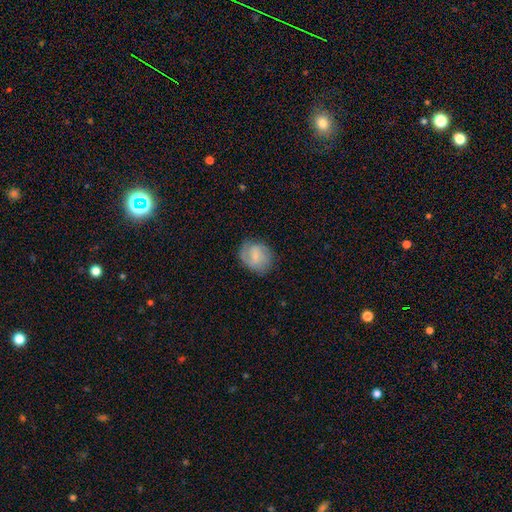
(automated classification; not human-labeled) This is possibly a featured or disk galaxy (51%). It is clearly not viewed edge-on (97%). Merging: likely none (71%).